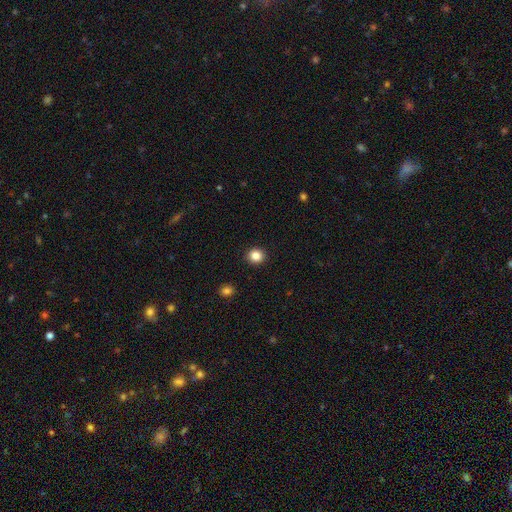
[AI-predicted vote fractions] Smooth or featured? Predicted: smooth (p=0.85). How rounded? Predicted: round (p=0.90). Merging? Predicted: none (p=0.93).